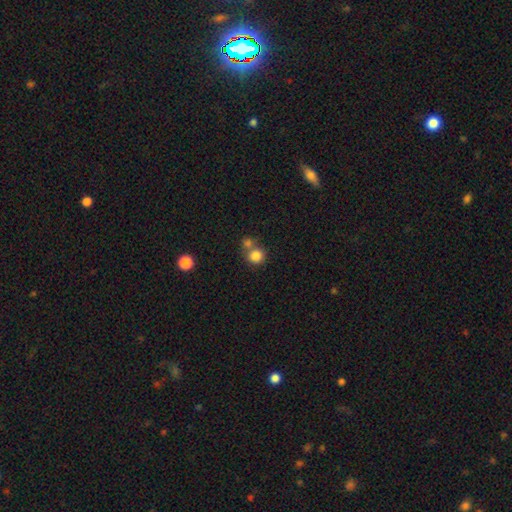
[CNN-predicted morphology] A smooth galaxy with no disk features (82%) that is round (89%).

Vote fractions:
- Smooth or featured? smooth: 82% / star or artifact: 11% / featured or disk: 7%
- How rounded? round: 89% / in between: 10% / cigar-shaped: 1%
- Merging? none: 51% / merger: 37% / minor disturbance: 8% / major disturbance: 4%